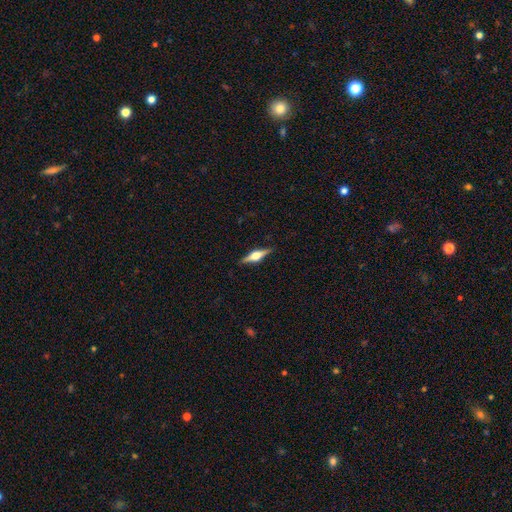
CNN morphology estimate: A featured or disk galaxy (76%) viewed edge-on (98%) with a rounded central bulge (94%).

Vote fractions:
- Smooth or featured? featured or disk: 76% / smooth: 19% / star or artifact: 6%
- Edge-on disk? yes: 98% / no: 2%
- Edge-on bulge? rounded: 94% / boxy: 5% / none: 1%
- Merging? none: 89% / minor disturbance: 8% / major disturbance: 2% / merger: 1%